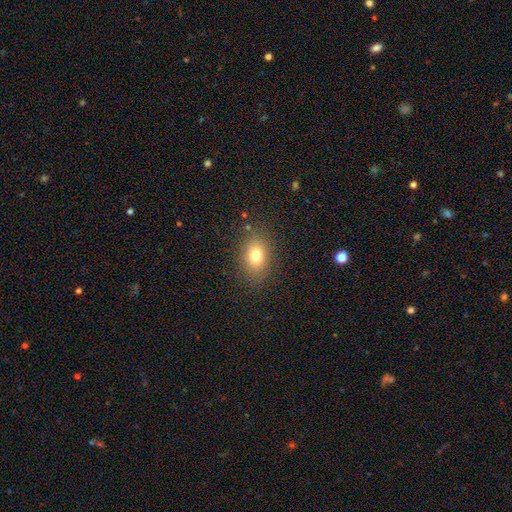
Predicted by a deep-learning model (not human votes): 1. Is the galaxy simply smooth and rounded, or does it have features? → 77% smooth, 11% star or artifact, 11% featured or disk.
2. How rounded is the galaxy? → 78% in between, 21% round, 2% cigar-shaped.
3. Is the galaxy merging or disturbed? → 84% none, 11% minor disturbance, 4% major disturbance, 1% merger.